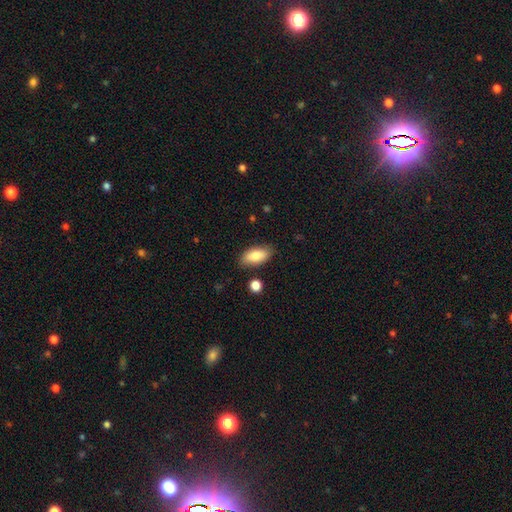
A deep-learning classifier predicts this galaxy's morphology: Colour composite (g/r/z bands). It shows a smooth galaxy with no disk features (81%) that is in between round and cigar-shaped (88%). Merging: none (84%).